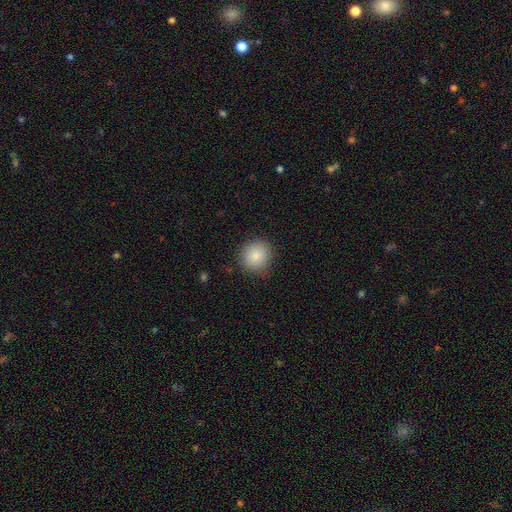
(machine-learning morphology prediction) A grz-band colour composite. It shows a smooth galaxy with no disk features (85%) that is round (89%). Merging: none (87%).